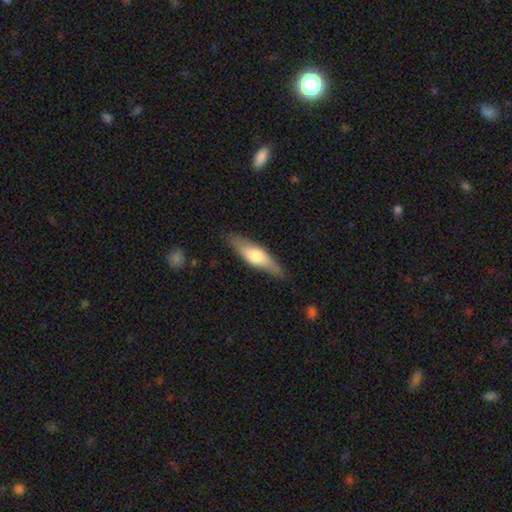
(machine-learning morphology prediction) type=smooth (52%); roundness=cigar-shaped (59%); merging=none (81%).